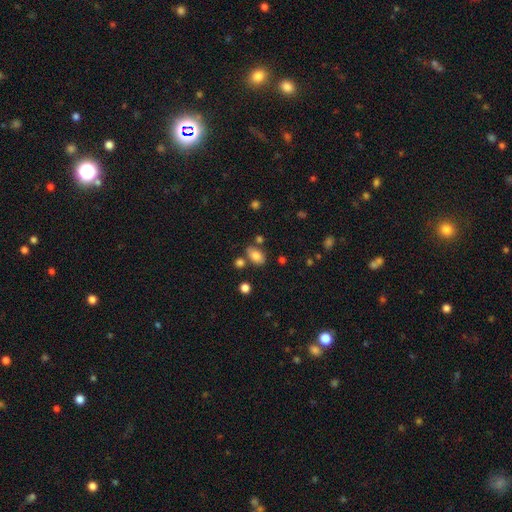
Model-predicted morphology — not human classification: Overall: smooth (82%). How rounded: in between (88%). Merging: none (71%).